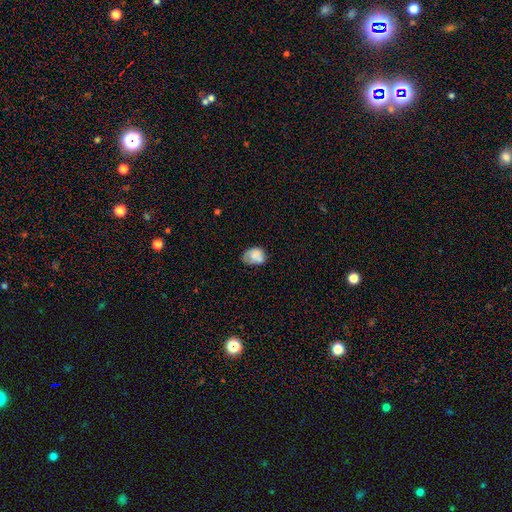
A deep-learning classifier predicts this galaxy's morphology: Smooth or featured? Predicted: smooth (p=0.72). How rounded? Predicted: in between (p=0.65). Merging? Predicted: none (p=0.41).